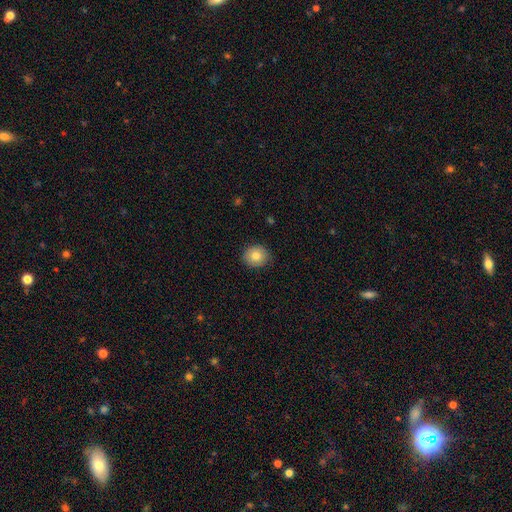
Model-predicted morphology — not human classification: Smooth or featured: smooth — 81% (featured or disk — 10%)
How rounded: round — 76% (in between — 23%)
Merging: none — 85% (minor disturbance — 12%)